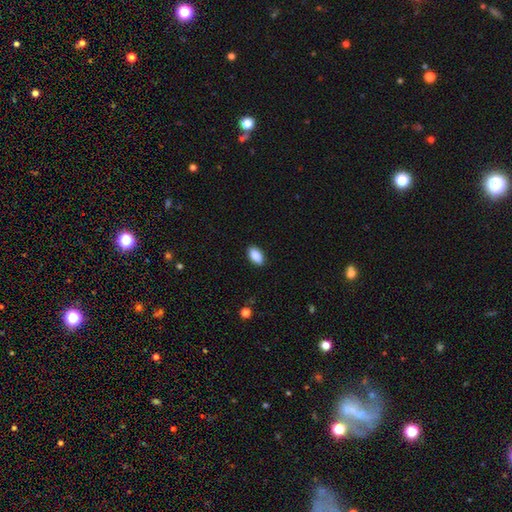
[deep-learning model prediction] Smooth or featured: smooth — 87% (star or artifact — 7%)
How rounded: in between — 92% (cigar-shaped — 4%)
Merging: none — 89% (minor disturbance — 8%)